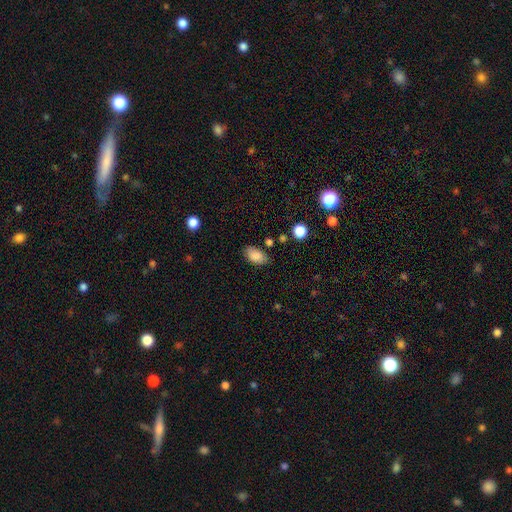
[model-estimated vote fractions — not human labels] This appears to be a smooth galaxy with no disk features (86%) that is in between round and cigar-shaped (91%). Merging: none (75%).